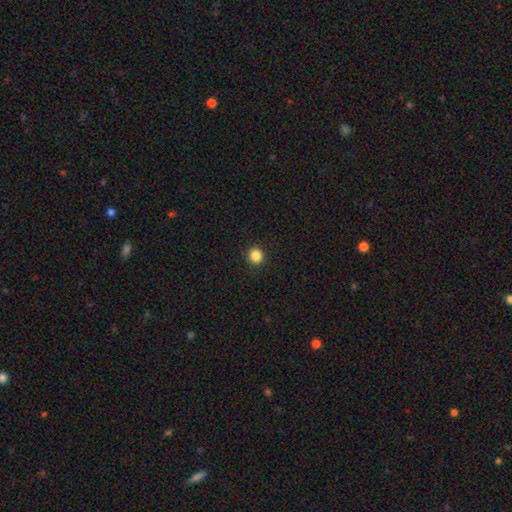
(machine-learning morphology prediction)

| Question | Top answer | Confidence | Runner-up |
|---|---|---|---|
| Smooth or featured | smooth | 86% | star or artifact (11%) |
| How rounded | round | 93% | in between (6%) |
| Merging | none | 93% | minor disturbance (4%) |